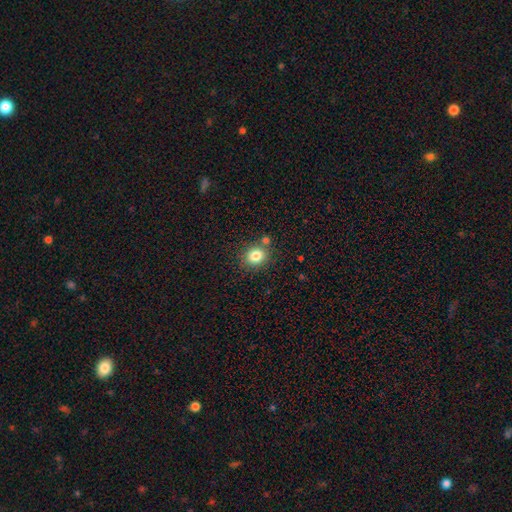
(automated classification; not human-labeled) The model was most divided on "how rounded": round: 69%, in between: 30%, cigar-shaped: 1%. More confident: smooth or featured — smooth (82%); merging — none (74%).